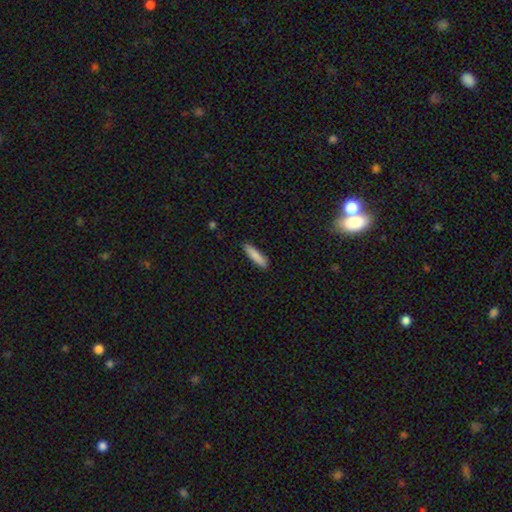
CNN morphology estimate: A smooth galaxy with no disk features (86%) that is cigar-shaped (80%).

Vote fractions:
- Smooth or featured? smooth: 86% / featured or disk: 8% / star or artifact: 6%
- How rounded? cigar-shaped: 80% / in between: 18% / round: 1%
- Merging? none: 88% / minor disturbance: 9% / major disturbance: 2% / merger: 1%